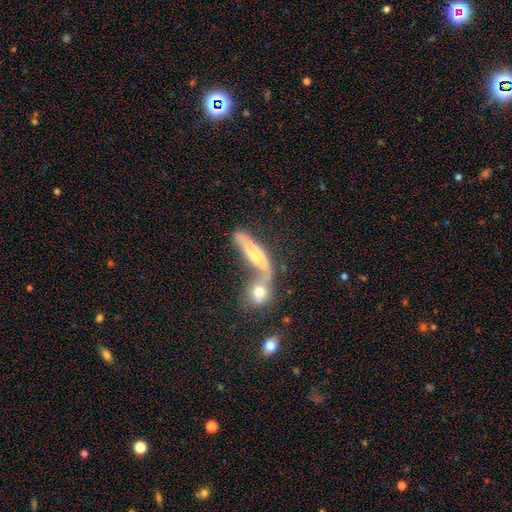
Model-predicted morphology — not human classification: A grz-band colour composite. It shows a featured or disk galaxy (47%). Merging: merger (56%).